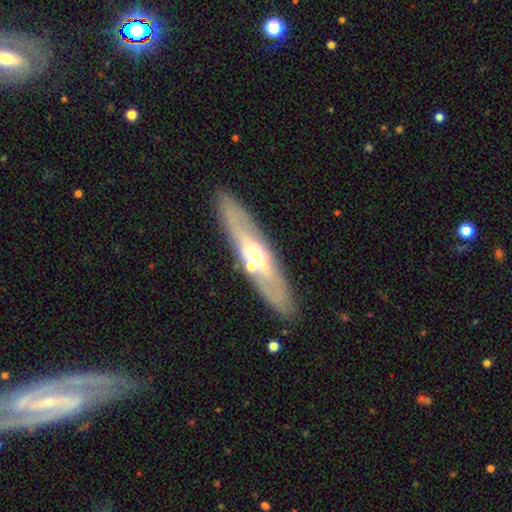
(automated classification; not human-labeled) smooth-or-featured: featured or disk: 61% | smooth: 33% | star or artifact: 6%
  disk-edge-on: yes: 53% | no: 47%
  merging: none: 82% | minor disturbance: 10% | merger: 4% | major disturbance: 3%